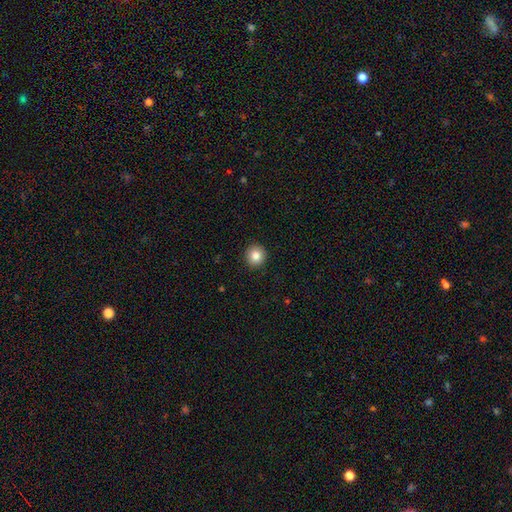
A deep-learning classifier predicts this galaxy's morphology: Smooth or featured? Predicted: smooth (p=0.84). How rounded? Predicted: round (p=0.93). Merging? Predicted: none (p=0.92).